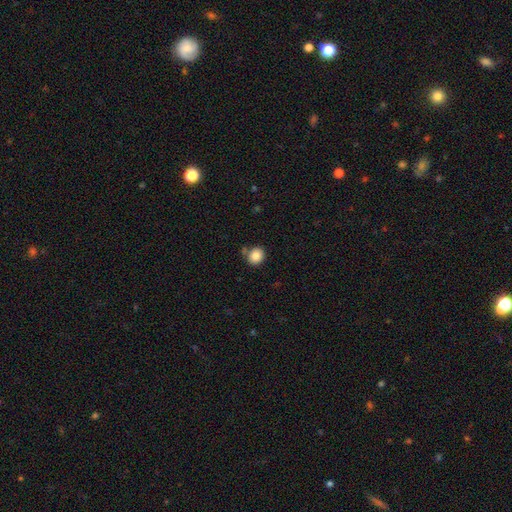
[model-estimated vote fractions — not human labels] Q: Smooth or featured?
A: smooth (85%); runner-up: star or artifact (10%)
Q: How rounded?
A: round (75%); runner-up: in between (24%)
Q: Merging?
A: none (77%); runner-up: minor disturbance (11%)